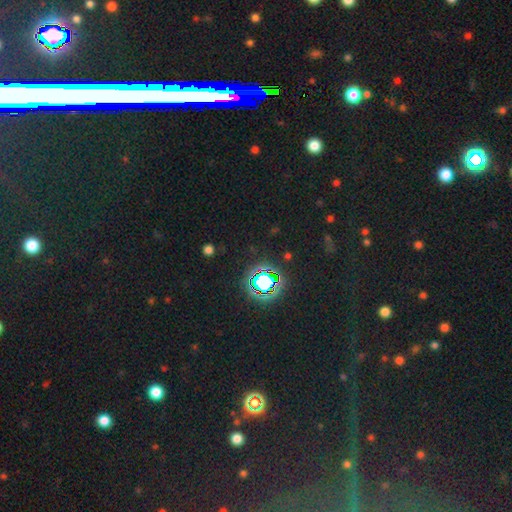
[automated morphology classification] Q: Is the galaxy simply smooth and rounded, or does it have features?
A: star or artifact — 81%.